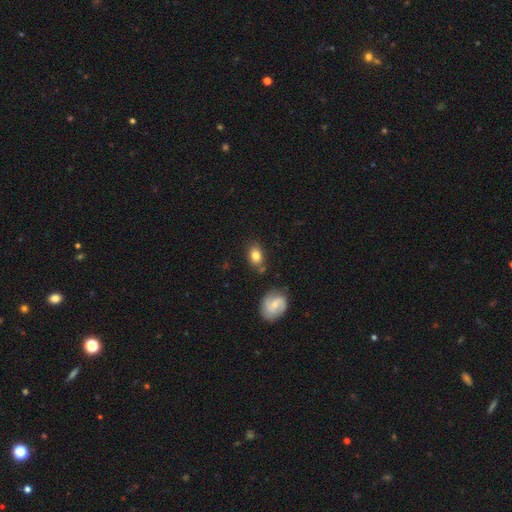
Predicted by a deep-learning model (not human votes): smooth 78%, featured or disk 14%, star or artifact 8%. Down the decision tree: how rounded — in between (78%); merging — none (76%).